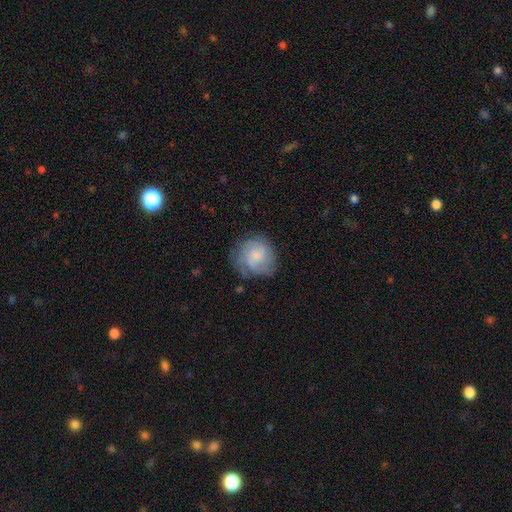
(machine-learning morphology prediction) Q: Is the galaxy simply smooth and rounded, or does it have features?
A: featured or disk — 54%.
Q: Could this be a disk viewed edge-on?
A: no — 98%.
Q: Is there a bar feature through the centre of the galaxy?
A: no — 70%.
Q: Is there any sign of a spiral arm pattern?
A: yes — 86%.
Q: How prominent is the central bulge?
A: small — 43%.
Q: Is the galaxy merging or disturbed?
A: none — 65%.